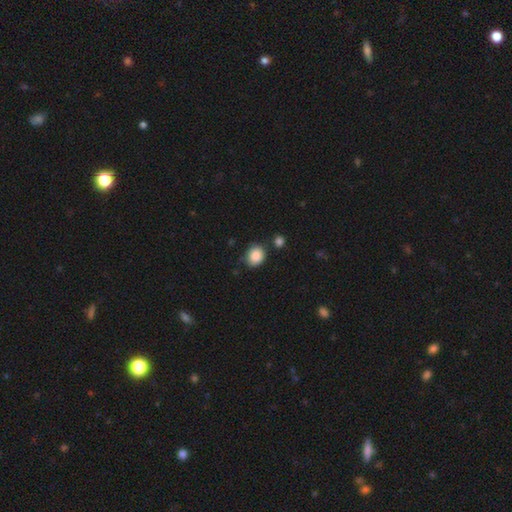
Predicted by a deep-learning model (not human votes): Q: Smooth or featured?
A: smooth (87%); runner-up: star or artifact (9%)
Q: How rounded?
A: round (55%); runner-up: in between (44%)
Q: Merging?
A: none (71%); runner-up: minor disturbance (18%)